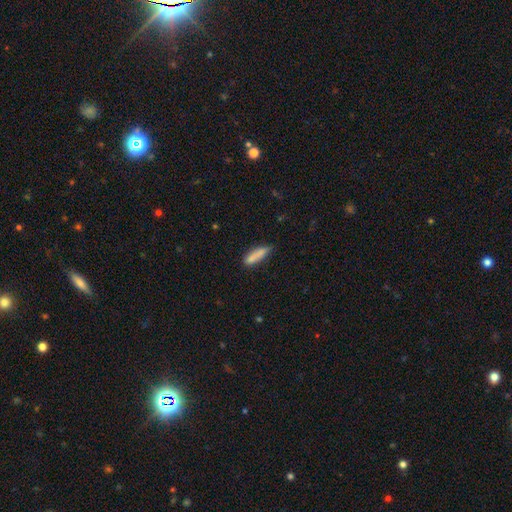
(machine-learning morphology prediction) A smooth galaxy with no disk features (84%) that is cigar-shaped (70%).

Vote fractions:
- Smooth or featured? smooth: 84% / featured or disk: 9% / star or artifact: 7%
- How rounded? cigar-shaped: 70% / in between: 29% / round: 2%
- Merging? none: 71% / minor disturbance: 22% / major disturbance: 4% / merger: 3%